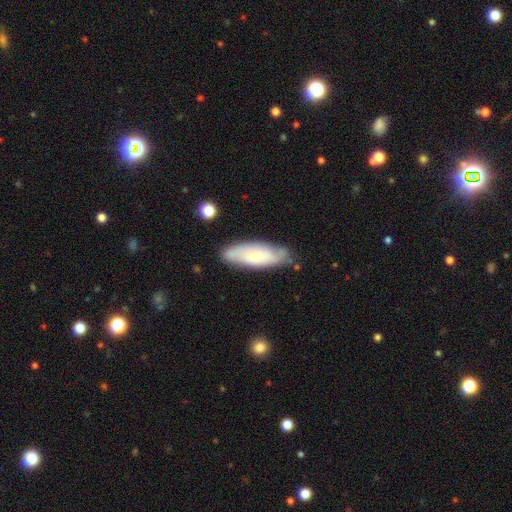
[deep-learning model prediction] A smooth galaxy with no disk features (50%).

Vote fractions:
- Smooth or featured? smooth: 50% / featured or disk: 44% / star or artifact: 6%
- Merging? none: 76% / minor disturbance: 18% / major disturbance: 4% / merger: 2%